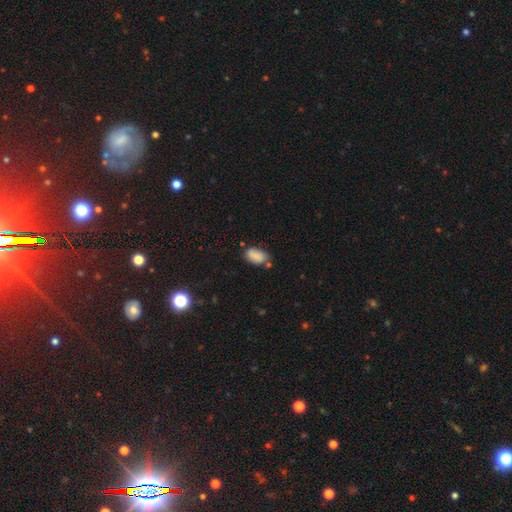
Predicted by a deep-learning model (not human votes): Smooth or featured: smooth — 83% (star or artifact — 9%)
How rounded: in between — 92% (round — 5%)
Merging: none — 63% (minor disturbance — 23%)